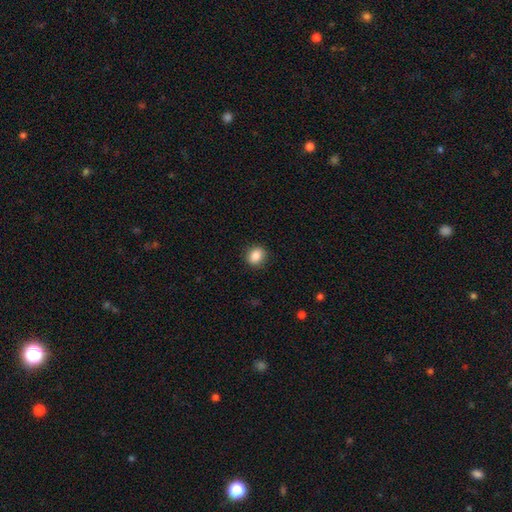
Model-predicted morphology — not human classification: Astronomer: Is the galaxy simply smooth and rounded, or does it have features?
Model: smooth — 86%.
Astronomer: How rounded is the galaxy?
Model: round — 59% (runner-up: in between, 40%).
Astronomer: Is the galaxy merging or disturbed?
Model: none — 88%.